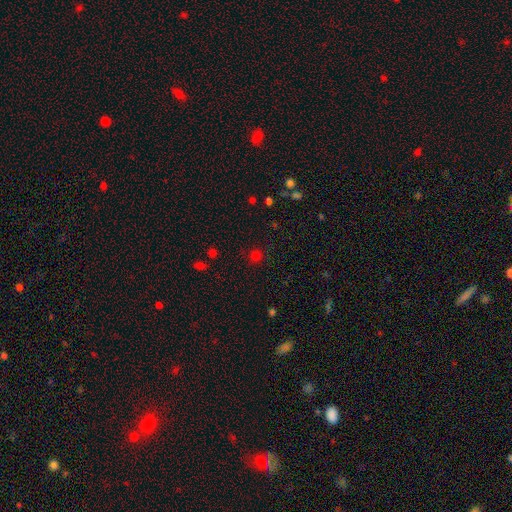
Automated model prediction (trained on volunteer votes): Q: Smooth or featured?
A: smooth (70%); runner-up: star or artifact (25%)
Q: How rounded?
A: round (91%); runner-up: in between (8%)
Q: Merging?
A: none (86%); runner-up: minor disturbance (8%)